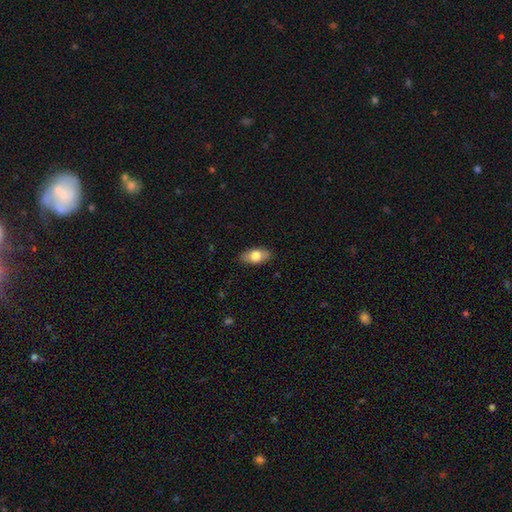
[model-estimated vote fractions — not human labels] Smooth or featured?
  - smooth: 76% *
  - featured or disk: 18%
  - star or artifact: 6%
How rounded?
  - in between: 91% *
  - round: 5%
  - cigar-shaped: 4%
Merging?
  - none: 86% *
  - minor disturbance: 11%
  - major disturbance: 2%
  - merger: 1%